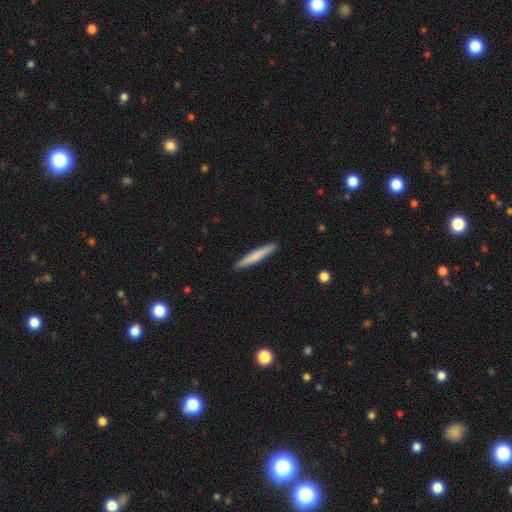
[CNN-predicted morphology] The model was most divided on "smooth or featured": smooth: 74%, featured or disk: 21%, star or artifact: 5%. More confident: how rounded — cigar-shaped (95%); merging — none (92%).